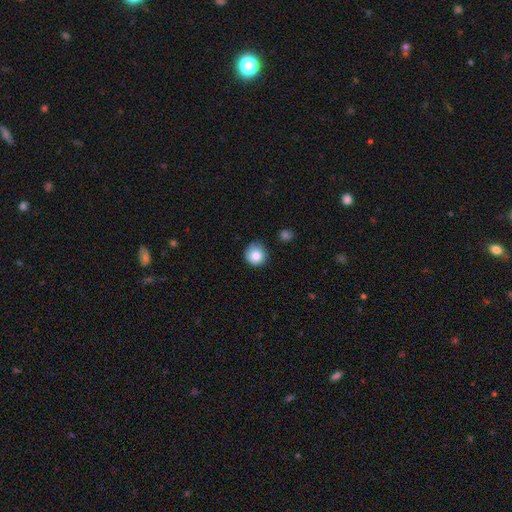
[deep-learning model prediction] smooth 83%, star or artifact 10%, featured or disk 7%. Down the decision tree: how rounded — round (93%); merging — none (79%).